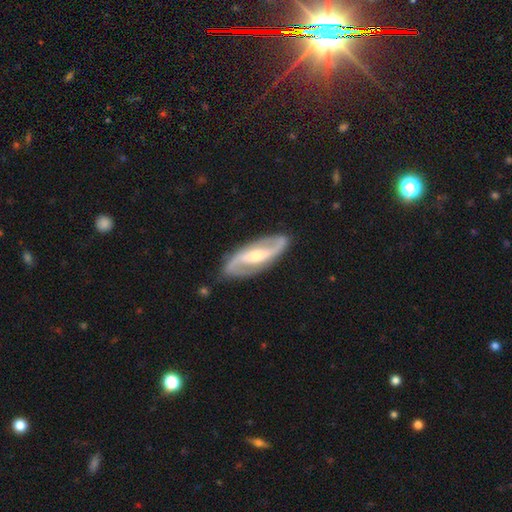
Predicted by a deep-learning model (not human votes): Smooth or featured?
  - featured or disk: 88% *
  - smooth: 8%
  - star or artifact: 4%
Edge-on disk?
  - no: 93% *
  - yes: 7%
Bar?
  - strong: 40% *
  - weak: 35%
  - no: 25%
Spiral arms?
  - yes: 96% *
  - no: 4%
Spiral winding?
  - medium: 48% *
  - loose: 32%
  - tight: 21%
Spiral arm count?
  - 2: 93% *
  - can't tell: 3%
  - 1: 1%
  - 3: 1%
  - 4: 1%
  - more than 4: 1%
Bulge size?
  - moderate: 58% *
  - small: 34%
  - large: 5%
  - none: 2%
  - dominant: 1%
Merging?
  - none: 86% *
  - minor disturbance: 10%
  - major disturbance: 3%
  - merger: 1%